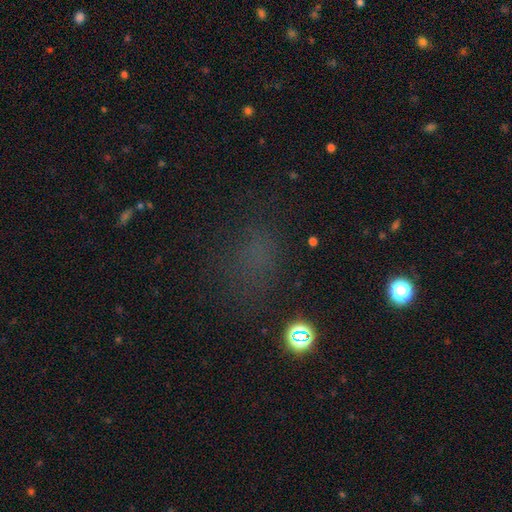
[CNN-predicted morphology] Smooth or featured? Predicted: smooth (p=0.54). How rounded? Predicted: in between (p=0.53). Merging? Predicted: none (p=0.71).